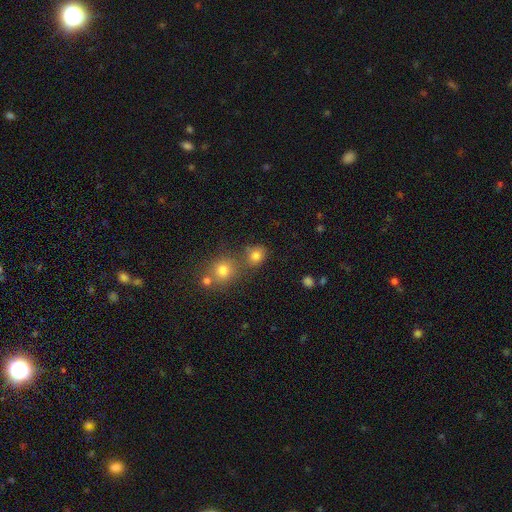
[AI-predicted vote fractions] Smooth or featured? Predicted: smooth (p=0.79). How rounded? Predicted: round (p=0.74). Merging? Predicted: none (p=0.60).